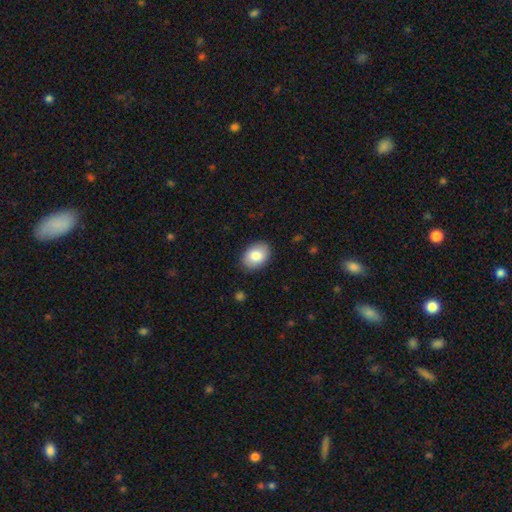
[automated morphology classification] smooth 83%, featured or disk 10%, star or artifact 7%. Down the decision tree: how rounded — in between (80%); merging — none (87%).